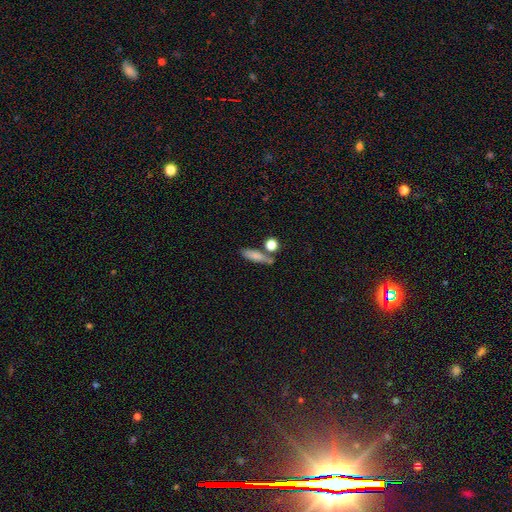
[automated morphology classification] Smooth or featured? smooth (78%)
How rounded? cigar-shaped (50%)
Merging? none (60%)